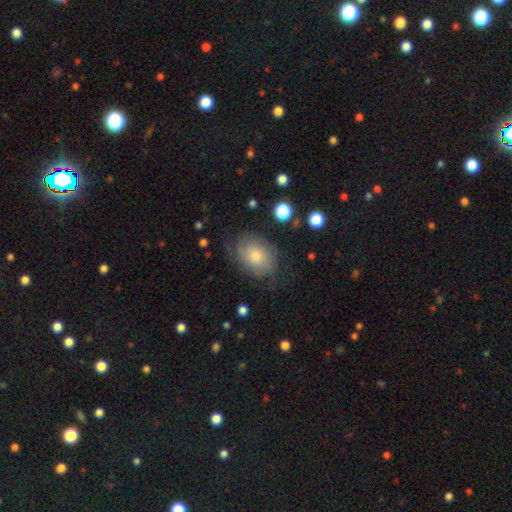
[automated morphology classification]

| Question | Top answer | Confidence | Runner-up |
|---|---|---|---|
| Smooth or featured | featured or disk | 51% | smooth (40%) |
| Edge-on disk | no | 96% | yes (4%) |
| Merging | none | 69% | minor disturbance (20%) |